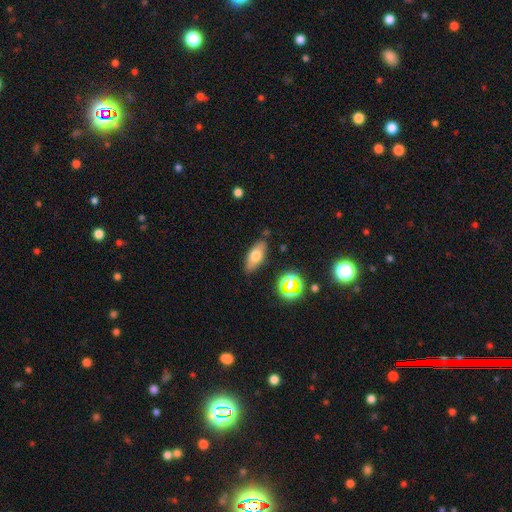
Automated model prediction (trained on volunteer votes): A smooth galaxy with no disk features (66%) that is in between round and cigar-shaped (78%). Merging: none (82%).